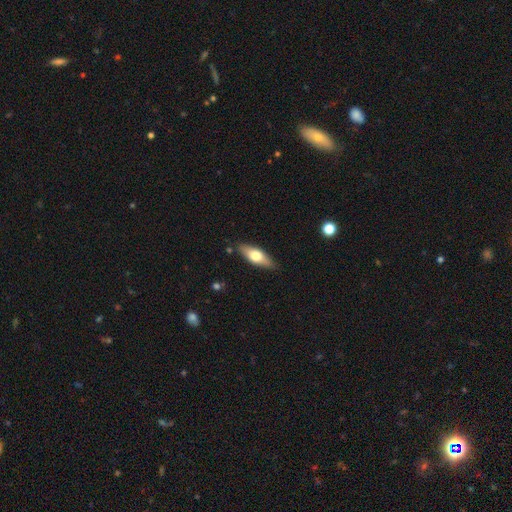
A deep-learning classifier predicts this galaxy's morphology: This is possibly a smooth galaxy (60%). How rounded: likely in between (67%). Merging: clearly none (85%).